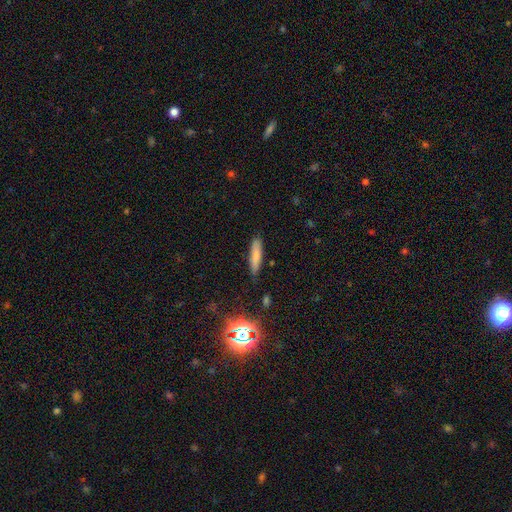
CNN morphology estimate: Smooth or featured?
  - smooth: 76% *
  - featured or disk: 15%
  - star or artifact: 9%
How rounded?
  - cigar-shaped: 80% *
  - in between: 18%
  - round: 2%
Merging?
  - none: 82% *
  - minor disturbance: 13%
  - major disturbance: 3%
  - merger: 2%